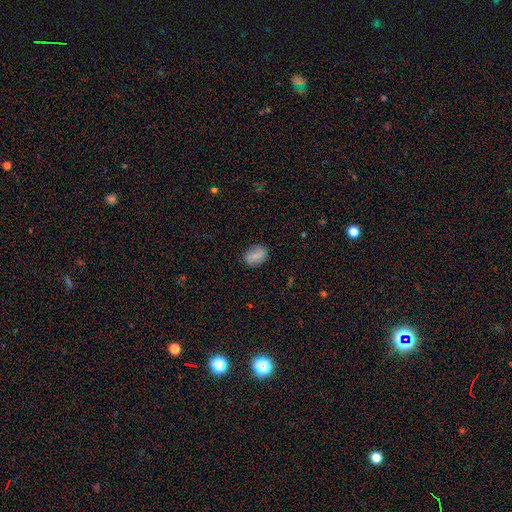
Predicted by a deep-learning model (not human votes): smooth-or-featured: smooth: 77% | featured or disk: 15% | star or artifact: 8%
  how-rounded: in between: 78% | round: 20% | cigar-shaped: 2%
  merging: none: 84% | minor disturbance: 12% | major disturbance: 3% | merger: 1%